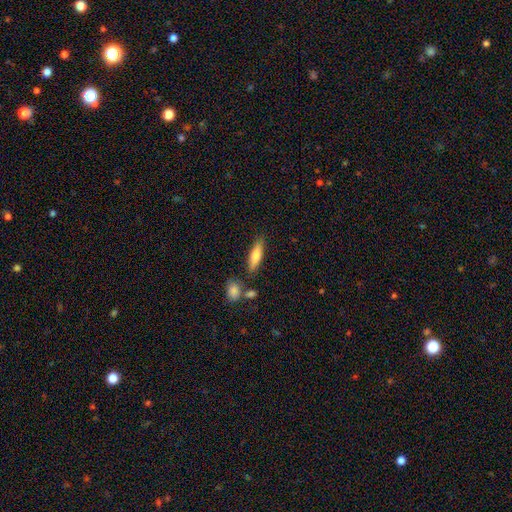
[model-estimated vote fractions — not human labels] Smooth or featured: smooth — 79% (featured or disk — 15%)
How rounded: cigar-shaped — 60% (in between — 38%)
Merging: none — 76% (minor disturbance — 13%)